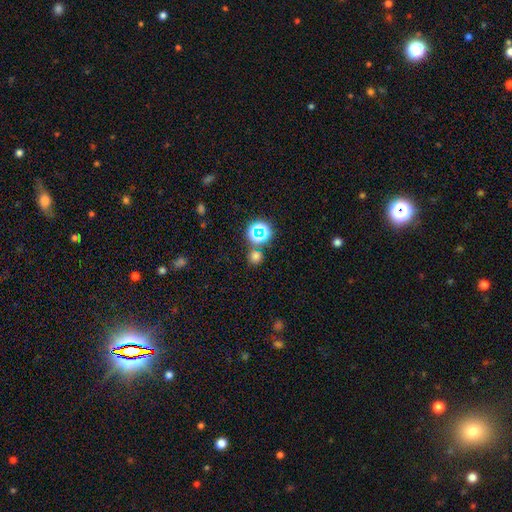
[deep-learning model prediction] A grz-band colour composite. It shows a smooth galaxy with no disk features (65%) that is round (89%). Merging: none (77%).